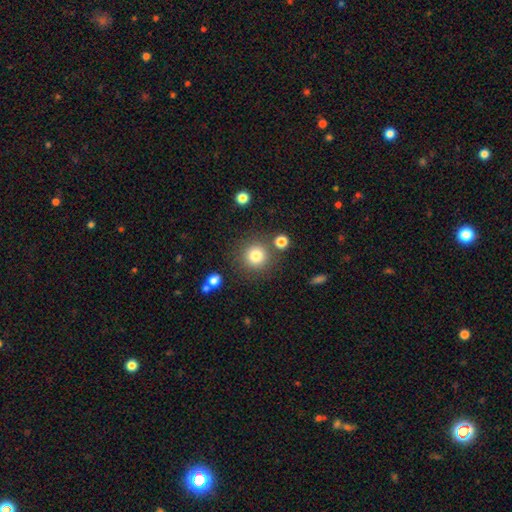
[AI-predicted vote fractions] Q: Smooth or featured?
A: smooth (81%); runner-up: star or artifact (12%)
Q: How rounded?
A: round (94%); runner-up: in between (5%)
Q: Merging?
A: none (82%); runner-up: minor disturbance (8%)